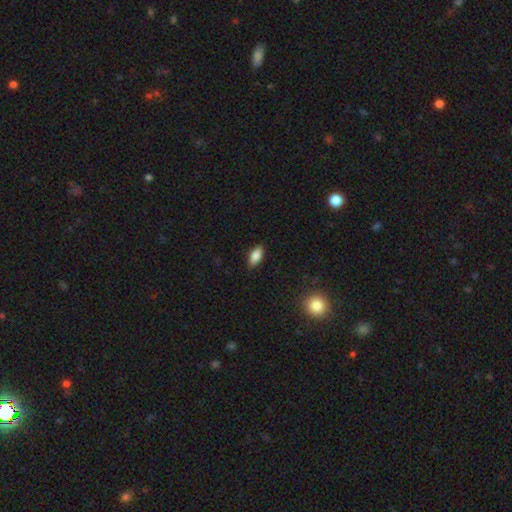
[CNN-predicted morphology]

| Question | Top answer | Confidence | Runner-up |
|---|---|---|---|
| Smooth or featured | smooth | 81% | featured or disk (12%) |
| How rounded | in between | 86% | cigar-shaped (11%) |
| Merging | none | 87% | minor disturbance (10%) |